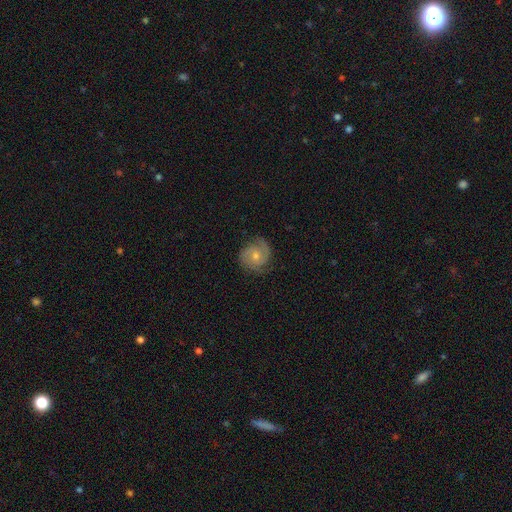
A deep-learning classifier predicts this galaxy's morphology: featured or disk 77%, smooth 15%, star or artifact 8%. Down the decision tree: edge-on disk — no (98%); bar — no (75%); spiral arms — yes (95%); spiral arm count — 2 (62%); spiral winding — tight (52%); bulge size — moderate (48%, tied with small); merging — none (78%).